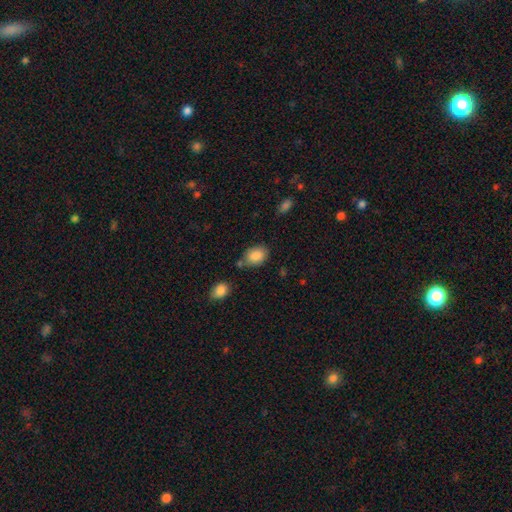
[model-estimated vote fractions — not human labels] A smooth galaxy with no disk features (87%) that is in between round and cigar-shaped (75%).

Vote fractions:
- Smooth or featured? smooth: 87% / star or artifact: 8% / featured or disk: 5%
- How rounded? in between: 75% / round: 24% / cigar-shaped: 1%
- Merging? none: 65% / minor disturbance: 20% / merger: 10% / major disturbance: 5%